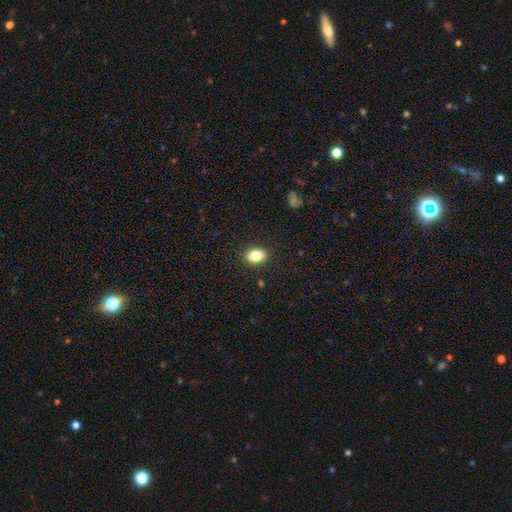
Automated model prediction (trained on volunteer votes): Overall: smooth (84%). How rounded: in between (83%). Merging: none (89%).